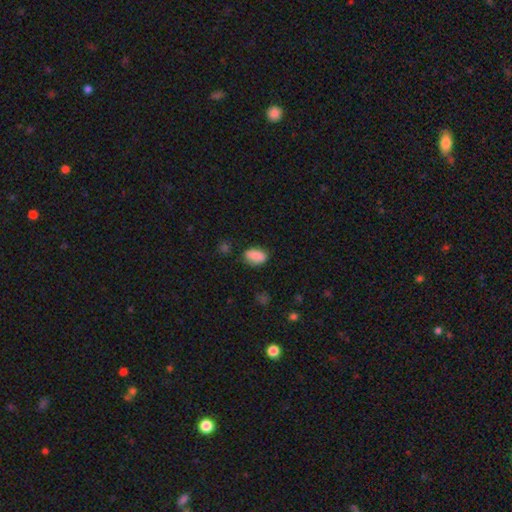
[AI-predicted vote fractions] A smooth galaxy with no disk features (87%) that is in between round and cigar-shaped (88%).

Vote fractions:
- Smooth or featured? smooth: 87% / star or artifact: 8% / featured or disk: 5%
- How rounded? in between: 88% / round: 10% / cigar-shaped: 2%
- Merging? none: 73% / minor disturbance: 21% / major disturbance: 5% / merger: 2%